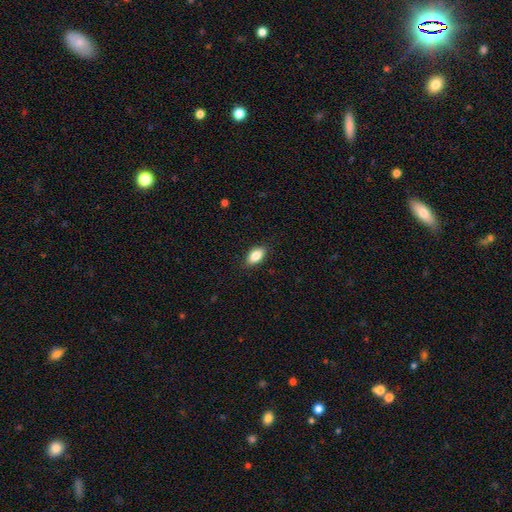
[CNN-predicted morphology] smooth 85%, featured or disk 8%, star or artifact 7%. Down the decision tree: how rounded — in between (90%); merging — none (88%).